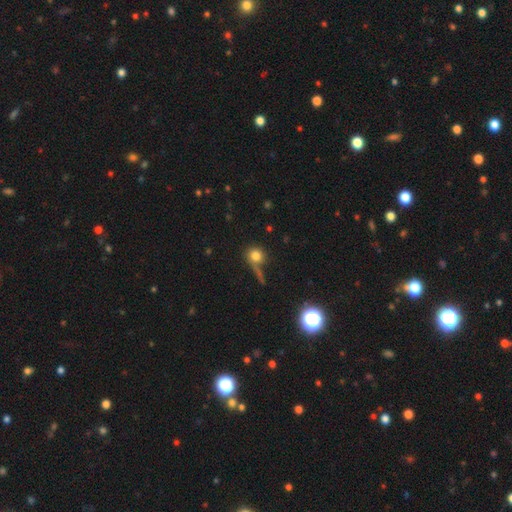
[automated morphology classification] smooth_or_featured: smooth (p=0.77) [alt: star or artifact p=0.13]
how_rounded: round (p=0.83) [alt: in between p=0.14]
merging: none (p=0.57) [alt: merger p=0.16]